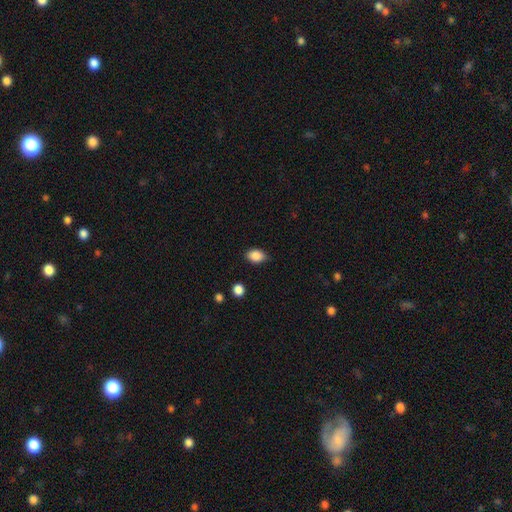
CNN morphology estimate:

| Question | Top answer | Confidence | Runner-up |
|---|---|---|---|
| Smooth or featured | smooth | 87% | star or artifact (8%) |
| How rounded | in between | 80% | round (19%) |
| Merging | none | 79% | minor disturbance (16%) |